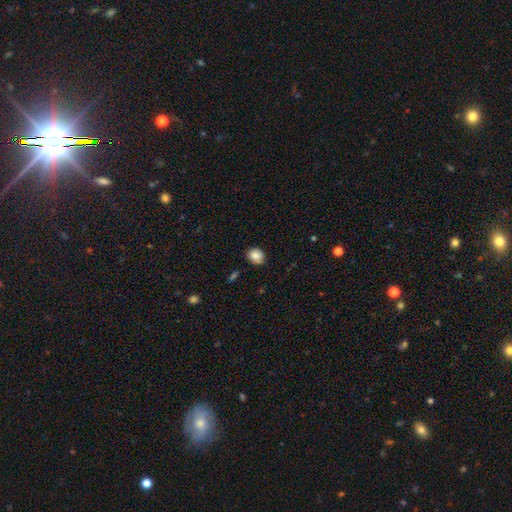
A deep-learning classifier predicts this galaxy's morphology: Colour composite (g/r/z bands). It shows a smooth galaxy with no disk features (86%) that is round (54%). Merging: none (82%).